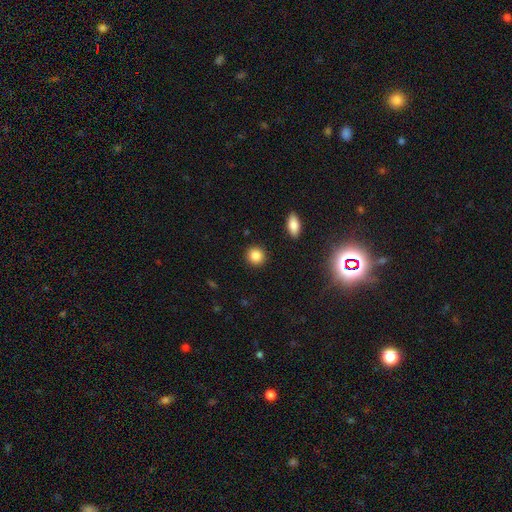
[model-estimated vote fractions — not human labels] Smooth or featured: smooth — 87% (star or artifact — 9%)
How rounded: round — 90% (in between — 9%)
Merging: none — 91% (minor disturbance — 5%)